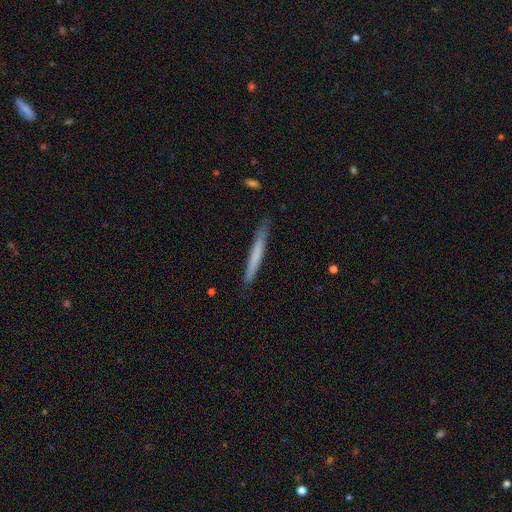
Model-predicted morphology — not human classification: This is likely a smooth galaxy (63%). How rounded: clearly cigar-shaped (97%). Merging: clearly none (86%).